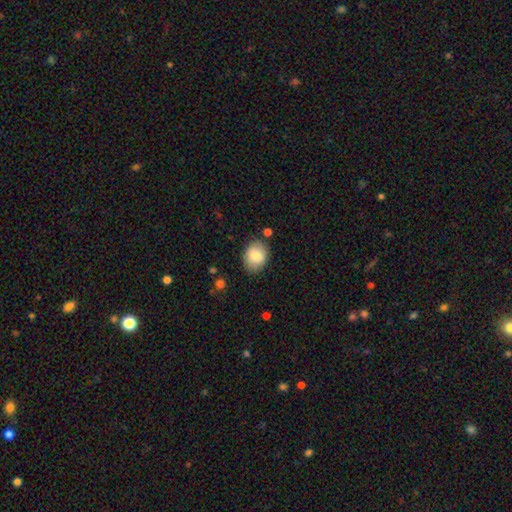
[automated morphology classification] Smooth or featured? Predicted: smooth (p=0.84). How rounded? Predicted: in between (p=0.56). Merging? Predicted: none (p=0.80).